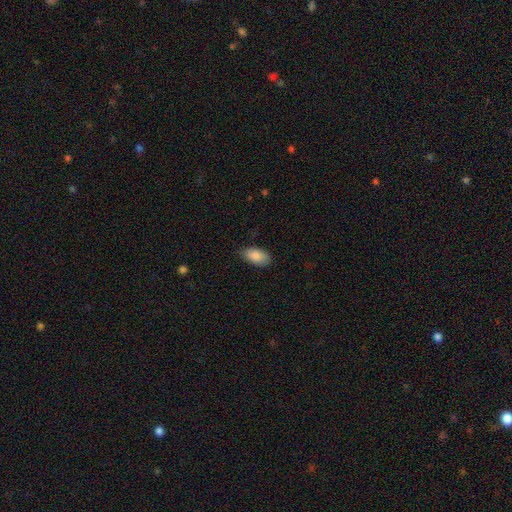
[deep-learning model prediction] This is clearly a smooth galaxy (88%). How rounded: clearly in between (94%). Merging: clearly none (81%).